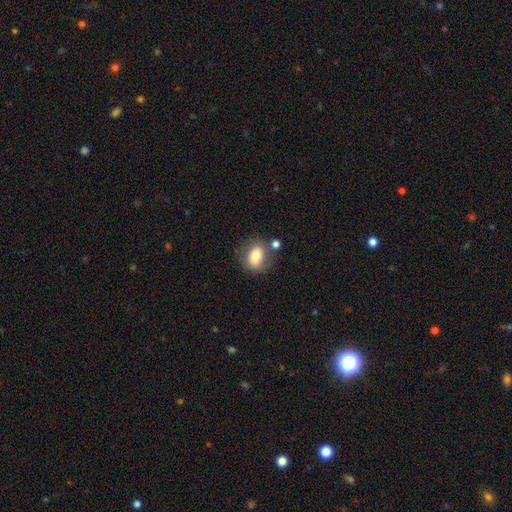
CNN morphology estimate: smooth 76%, featured or disk 15%, star or artifact 9%. Down the decision tree: how rounded — in between (67%); merging — none (62%).